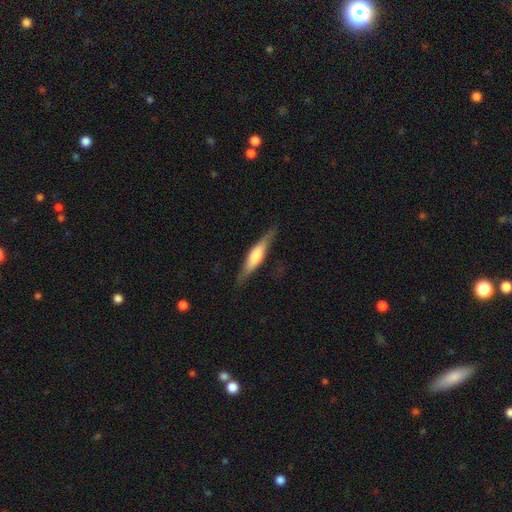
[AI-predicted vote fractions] Smooth or featured: featured or disk — 48% (smooth — 46%)
Merging: none — 81% (minor disturbance — 15%)